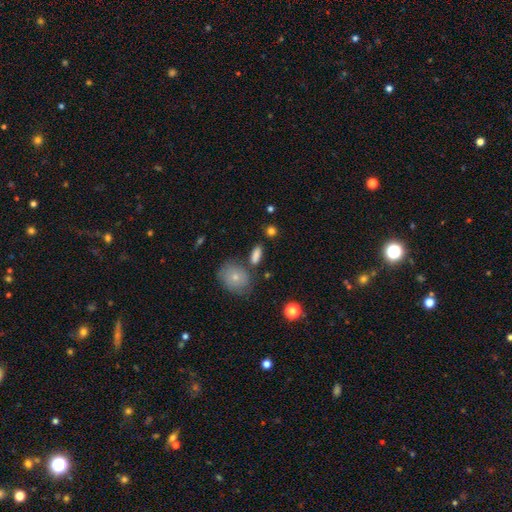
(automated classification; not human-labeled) This is likely a smooth galaxy (70%). How rounded: likely in between (66%). Merging: likely none (72%).